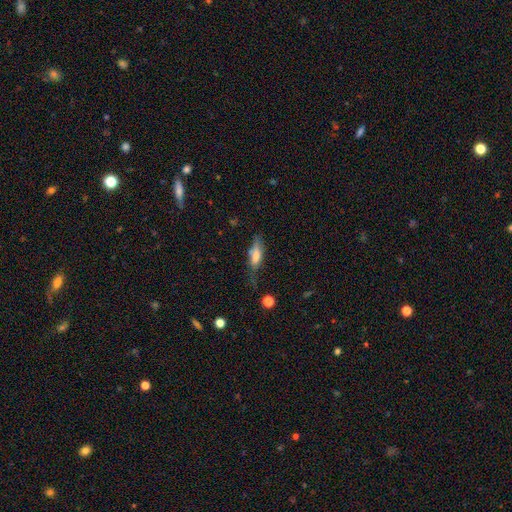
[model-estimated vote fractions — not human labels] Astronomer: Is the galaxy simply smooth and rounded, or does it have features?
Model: smooth — 62%.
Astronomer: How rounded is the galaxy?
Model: cigar-shaped — 49% (runner-up: in between, 48%).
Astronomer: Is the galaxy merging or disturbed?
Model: none — 52% (runner-up: minor disturbance, 30%).